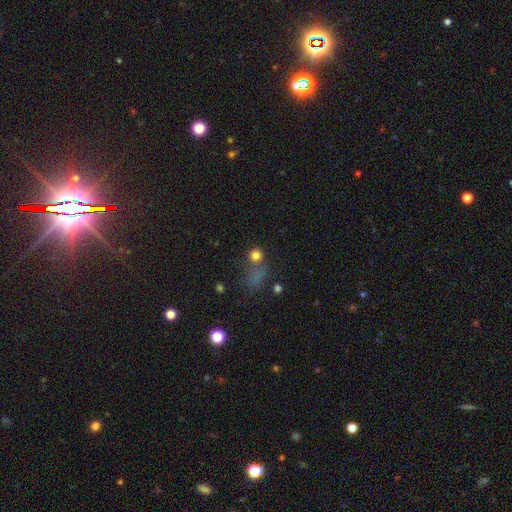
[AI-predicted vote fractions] Smooth or featured: smooth — 75% (star or artifact — 17%)
How rounded: round — 88% (in between — 11%)
Merging: none — 63% (merger — 15%)